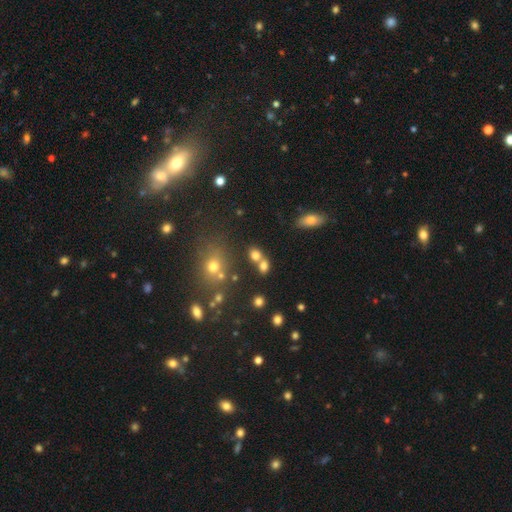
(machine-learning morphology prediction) This is likely a smooth galaxy (71%). How rounded: possibly round (56%). Merging: possibly merger (46%).